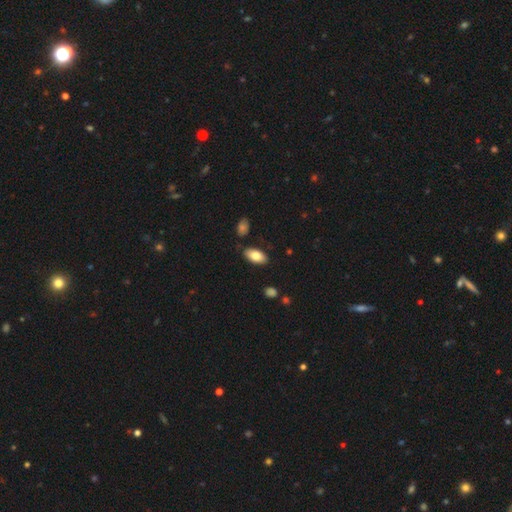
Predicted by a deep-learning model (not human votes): The model was most divided on "smooth or featured": smooth: 80%, featured or disk: 13%, star or artifact: 6%. More confident: how rounded — in between (93%); merging — none (83%).